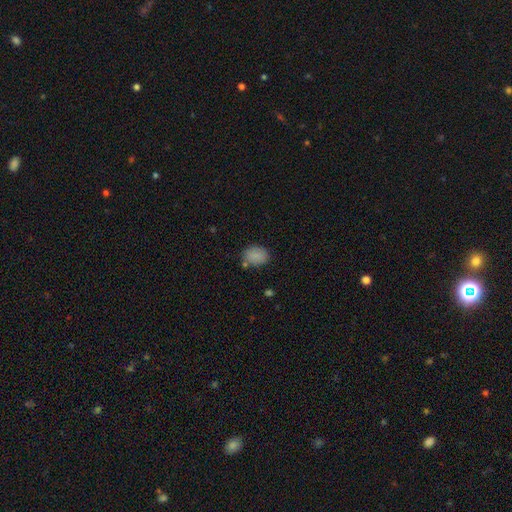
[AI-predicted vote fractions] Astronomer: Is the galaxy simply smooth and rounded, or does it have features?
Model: smooth — 86%.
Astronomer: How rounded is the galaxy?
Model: in between — 56% (runner-up: round, 43%).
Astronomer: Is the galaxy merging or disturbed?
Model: none — 75%.